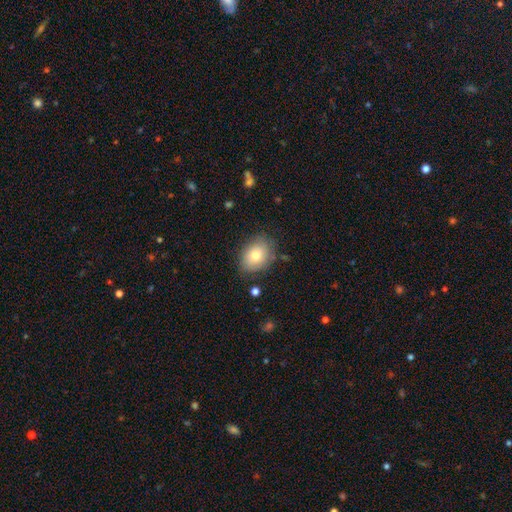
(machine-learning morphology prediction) Smooth or featured? Predicted: smooth (p=0.75). How rounded? Predicted: in between (p=0.67). Merging? Predicted: none (p=0.78).